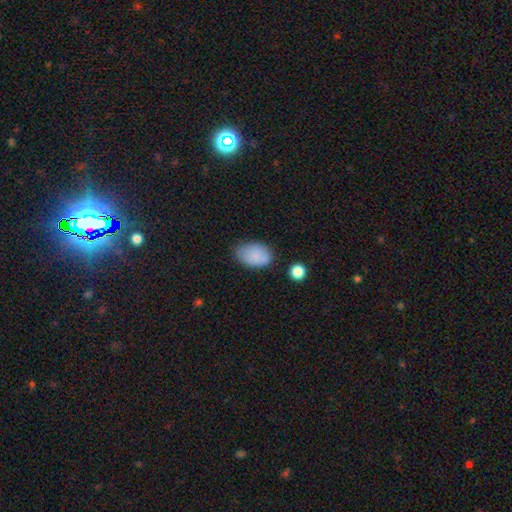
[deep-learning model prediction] smooth 85%, star or artifact 8%, featured or disk 7%. Down the decision tree: how rounded — in between (88%); merging — none (68%).